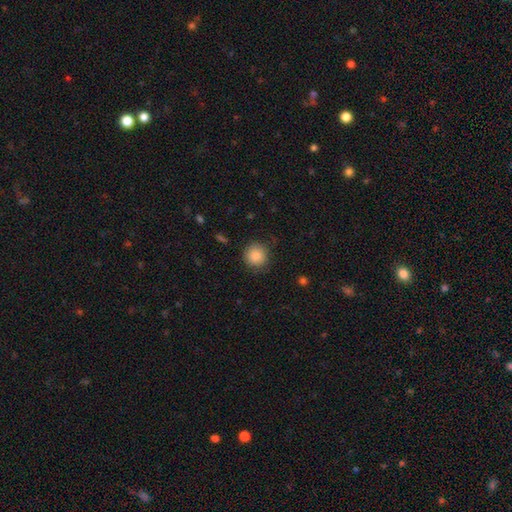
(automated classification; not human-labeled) Morphology: type=smooth (87%); roundness=round (93%); merging=none (85%).